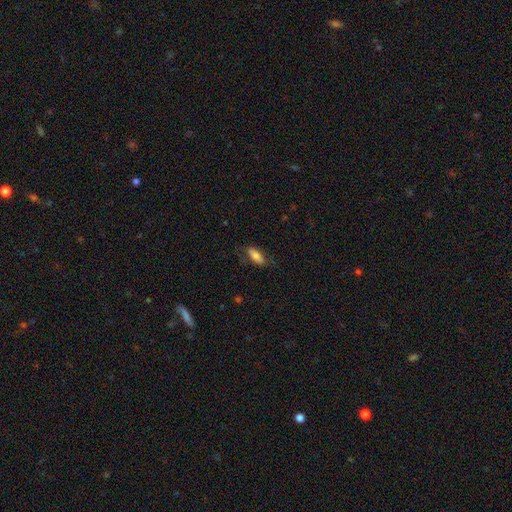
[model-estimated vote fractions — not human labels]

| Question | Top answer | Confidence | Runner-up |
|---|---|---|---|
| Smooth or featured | smooth | 73% | featured or disk (20%) |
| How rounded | in between | 71% | cigar-shaped (27%) |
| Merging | none | 66% | minor disturbance (23%) |